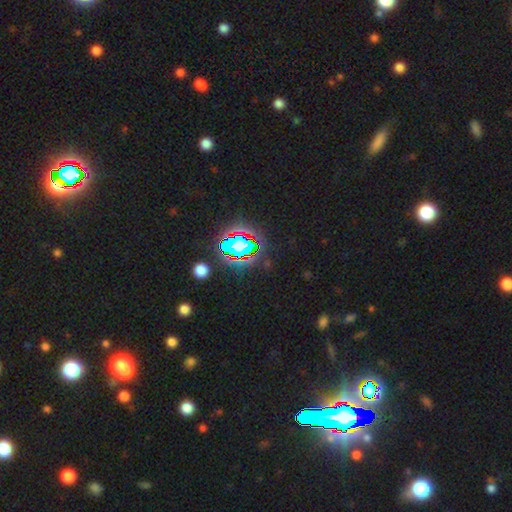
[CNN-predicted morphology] Smooth or featured? Predicted: star or artifact (p=0.82).